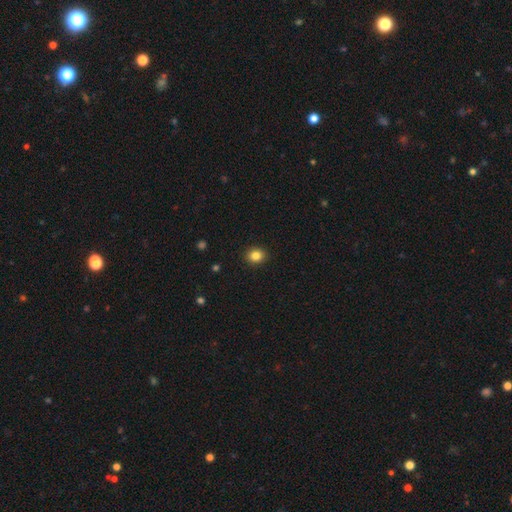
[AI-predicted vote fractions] The model was most divided on "how rounded": round: 67%, in between: 32%, cigar-shaped: 1%. More confident: merging — none (91%); smooth or featured — smooth (84%).